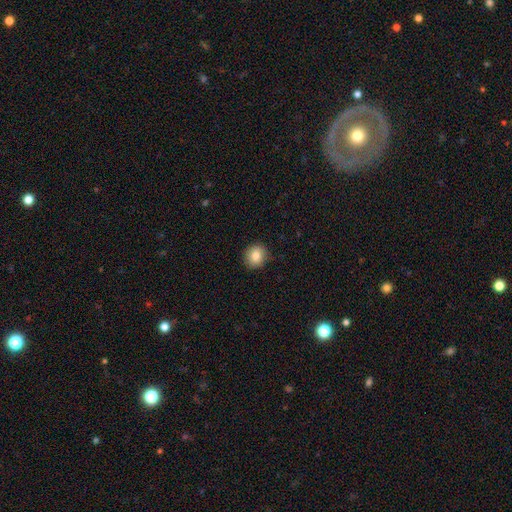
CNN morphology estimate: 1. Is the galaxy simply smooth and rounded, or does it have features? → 84% smooth, 9% star or artifact, 7% featured or disk.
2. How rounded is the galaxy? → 79% round, 20% in between, 1% cigar-shaped.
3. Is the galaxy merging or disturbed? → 89% none, 8% minor disturbance, 2% major disturbance, 1% merger.